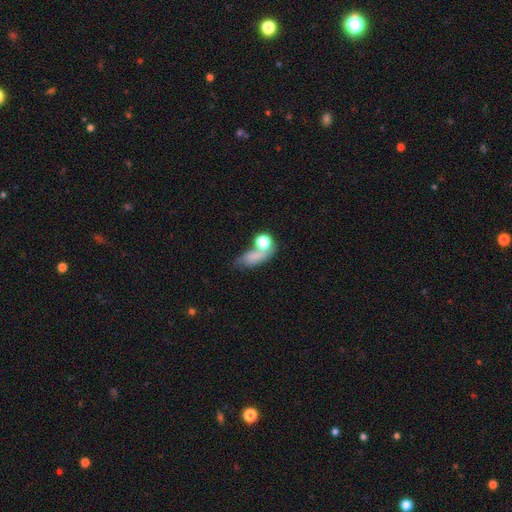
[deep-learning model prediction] A smooth galaxy with no disk features (68%) that is in between round and cigar-shaped (61%). Merging: none (35%).